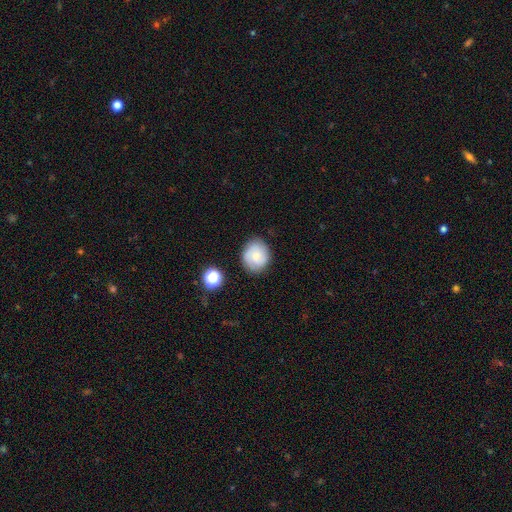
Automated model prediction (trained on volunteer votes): smooth-or-featured: smooth: 59% | featured or disk: 31% | star or artifact: 10%
  how-rounded: round: 76% | in between: 23% | cigar-shaped: 1%
  merging: none: 81% | minor disturbance: 13% | major disturbance: 3% | merger: 2%